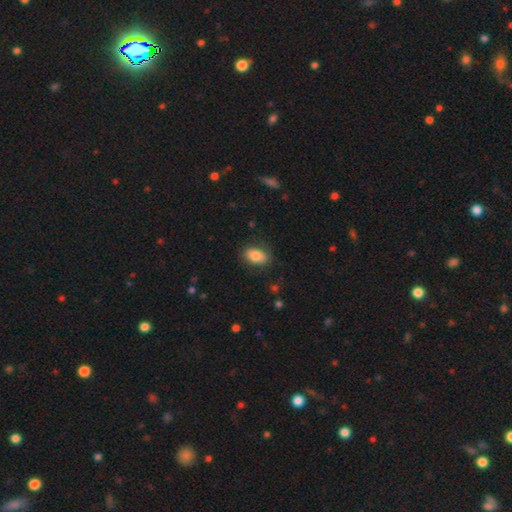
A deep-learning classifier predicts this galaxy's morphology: type=smooth (80%); roundness=in between (89%); merging=none (75%).